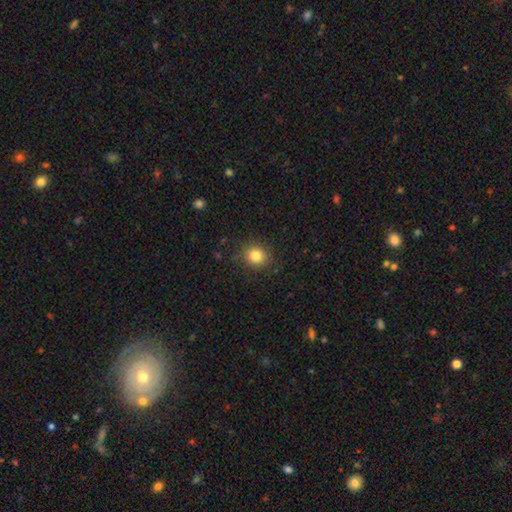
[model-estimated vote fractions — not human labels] Smooth or featured: smooth — 82% (star or artifact — 11%)
How rounded: round — 82% (in between — 17%)
Merging: none — 88% (minor disturbance — 8%)